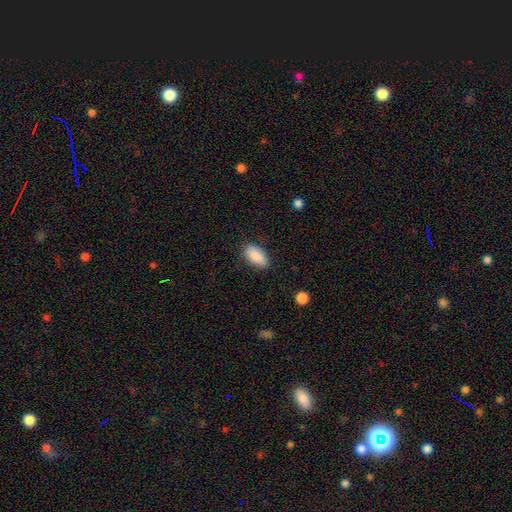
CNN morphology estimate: Smooth or featured?
  - smooth: 89% *
  - star or artifact: 7%
  - featured or disk: 4%
How rounded?
  - in between: 92% *
  - cigar-shaped: 4%
  - round: 3%
Merging?
  - none: 86% *
  - minor disturbance: 11%
  - major disturbance: 3%
  - merger: 1%